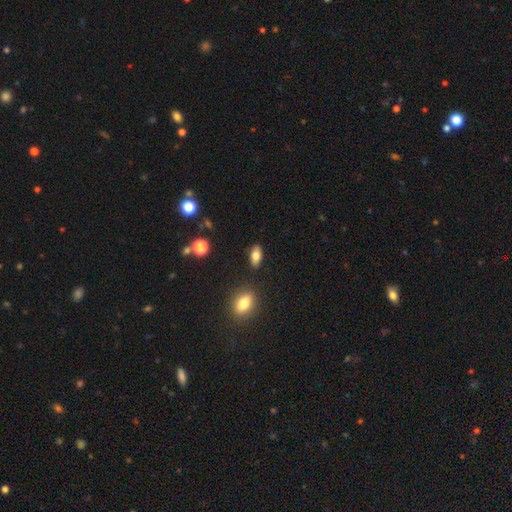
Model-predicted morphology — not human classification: This appears to be a smooth galaxy with no disk features (77%) that is in between round and cigar-shaped (87%). Merging: none (84%).